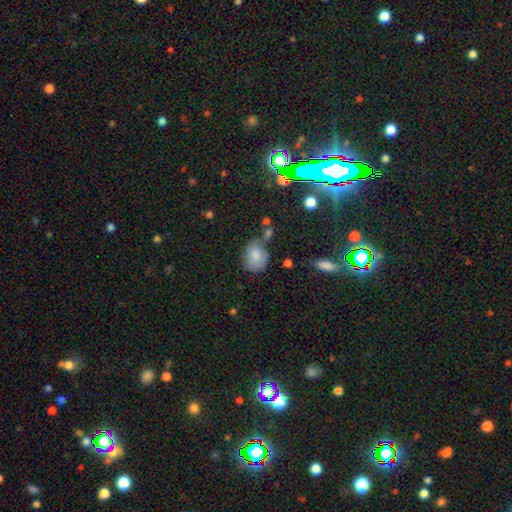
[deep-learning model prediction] Q: Smooth or featured?
A: smooth (79%); runner-up: featured or disk (12%)
Q: How rounded?
A: in between (61%); runner-up: round (38%)
Q: Merging?
A: none (49%); runner-up: minor disturbance (30%)